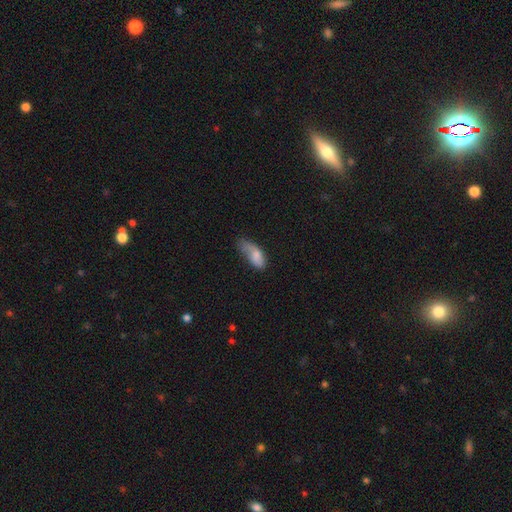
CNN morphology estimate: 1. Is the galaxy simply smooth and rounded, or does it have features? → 73% smooth, 20% featured or disk, 7% star or artifact.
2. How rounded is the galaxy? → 85% in between, 12% cigar-shaped, 3% round.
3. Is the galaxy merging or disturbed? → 36% minor disturbance, 30% none, 28% major disturbance, 5% merger.